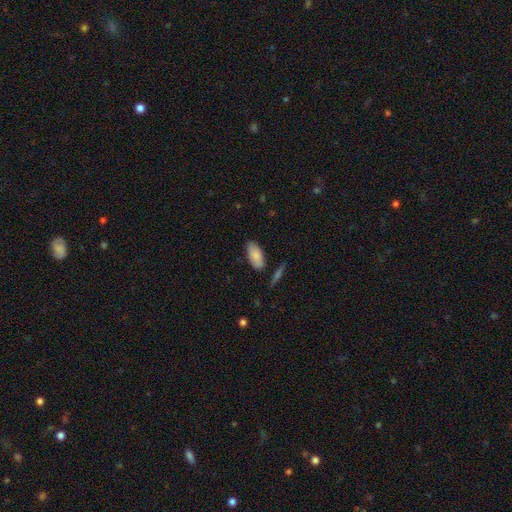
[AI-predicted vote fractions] smooth-or-featured: smooth: 85% | featured or disk: 8% | star or artifact: 6%
  how-rounded: in between: 89% | cigar-shaped: 9% | round: 2%
  merging: none: 78% | minor disturbance: 15% | merger: 4% | major disturbance: 3%